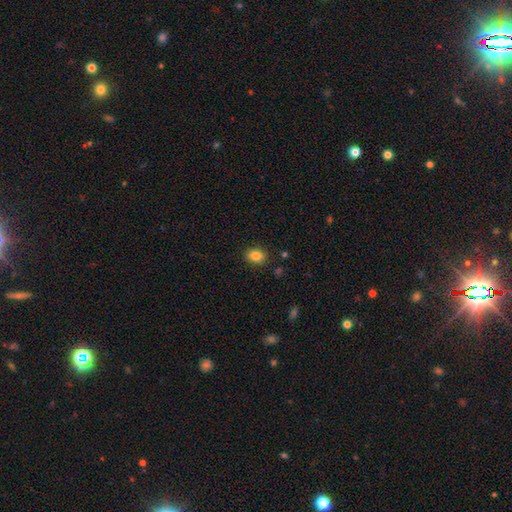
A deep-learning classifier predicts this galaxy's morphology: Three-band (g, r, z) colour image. It shows a smooth galaxy with no disk features (85%) that is in between round and cigar-shaped (61%). Merging: none (87%).